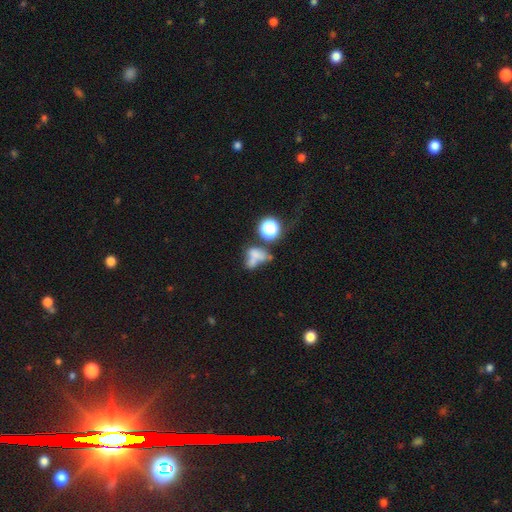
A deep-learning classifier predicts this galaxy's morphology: Smooth or featured: smooth — 53% (featured or disk — 28%)
How rounded: in between — 62% (round — 35%)
Merging: merger — 42% (none — 24%)